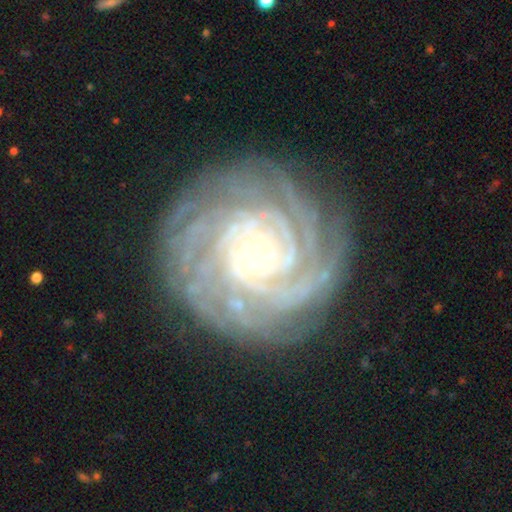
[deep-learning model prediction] Smooth or featured? featured or disk (90%)
Edge-on disk? no (97%)
Bar? no (74%)
Spiral arms? yes (98%)
Spiral winding? tight (85%)
Spiral arm count? more than 4 (27%)
Bulge size? small (66%)
Merging? none (82%)